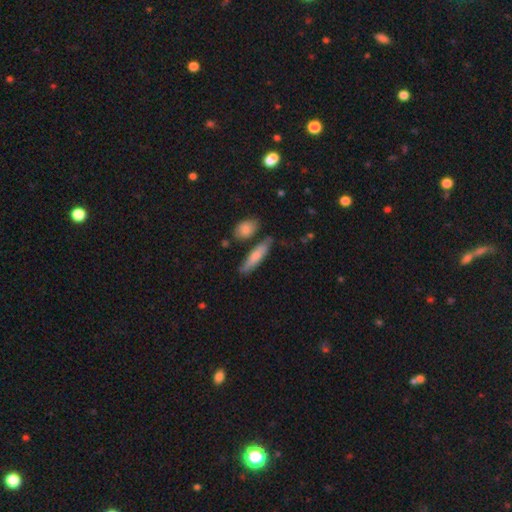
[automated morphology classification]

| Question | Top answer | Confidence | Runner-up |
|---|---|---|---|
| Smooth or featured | smooth | 70% | featured or disk (24%) |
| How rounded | cigar-shaped | 72% | in between (26%) |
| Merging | none | 74% | minor disturbance (15%) |